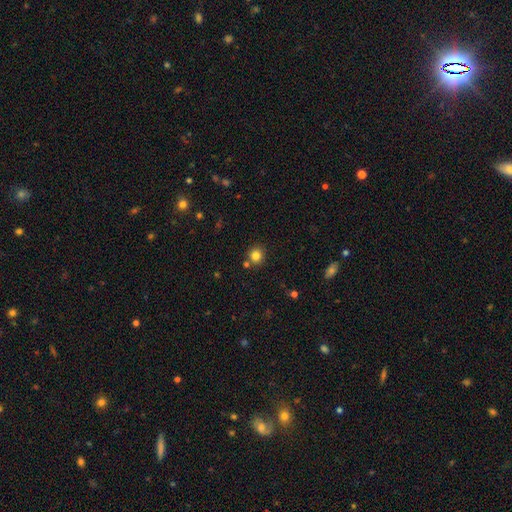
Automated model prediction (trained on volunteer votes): Morphology: type=smooth (82%); roundness=round (88%); merging=none (79%).